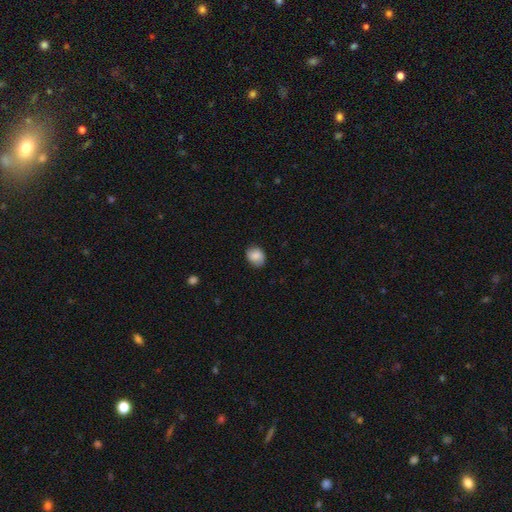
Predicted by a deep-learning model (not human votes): Smooth or featured: smooth — 79% (featured or disk — 13%)
How rounded: round — 56% (in between — 43%)
Merging: none — 79% (minor disturbance — 16%)